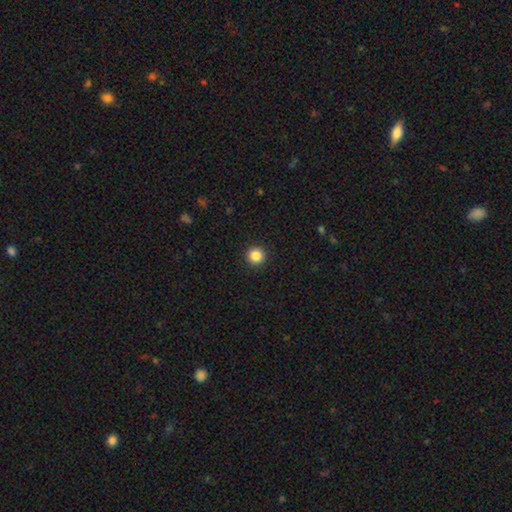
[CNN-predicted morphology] Overall: smooth (86%). How rounded: round (96%). Merging: none (93%).